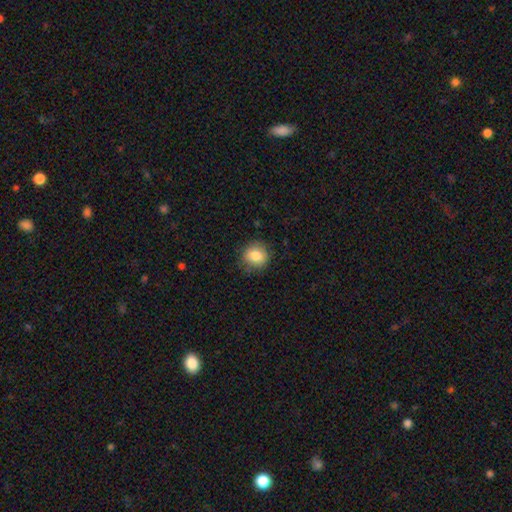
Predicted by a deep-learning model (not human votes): This is clearly a smooth galaxy (82%). How rounded: clearly round (82%). Merging: clearly none (84%).